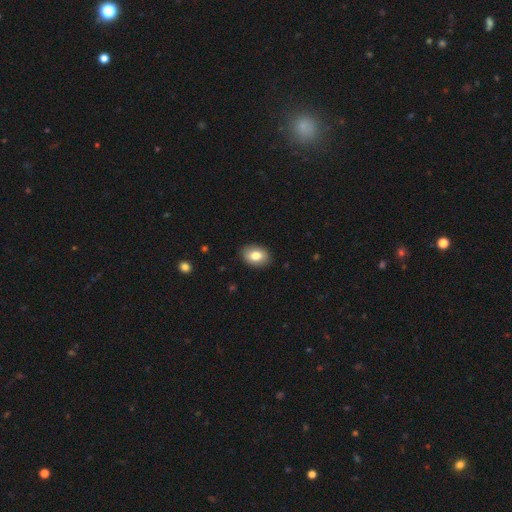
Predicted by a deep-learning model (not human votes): Morphology: type=smooth (81%); roundness=in between (72%); merging=none (89%).